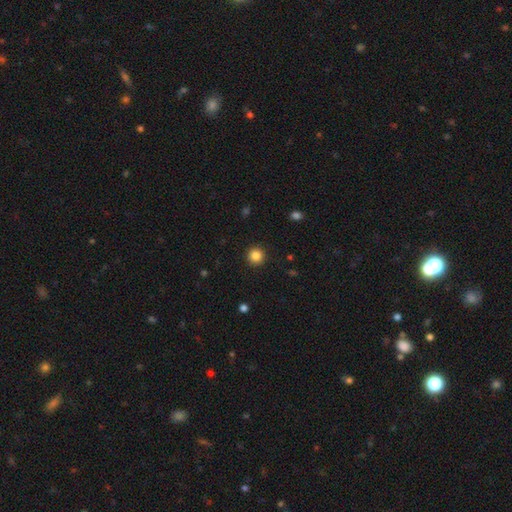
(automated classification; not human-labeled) A smooth galaxy with no disk features (85%) that is round (95%).

Vote fractions:
- Smooth or featured? smooth: 85% / star or artifact: 11% / featured or disk: 4%
- How rounded? round: 95% / in between: 4% / cigar-shaped: 1%
- Merging? none: 92% / minor disturbance: 5% / major disturbance: 2% / merger: 1%